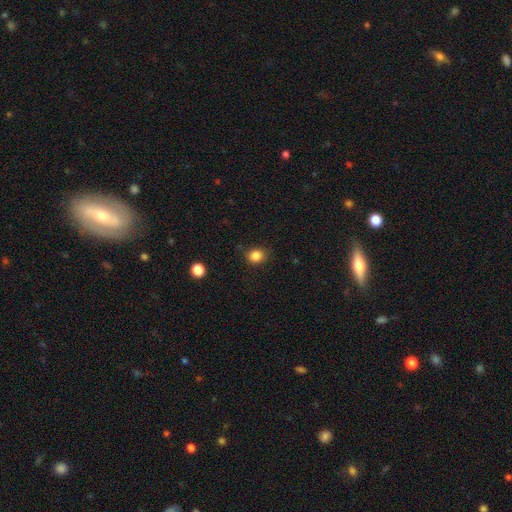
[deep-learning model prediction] The model was most divided on "how rounded": round: 66%, in between: 33%, cigar-shaped: 1%. More confident: smooth or featured — smooth (85%); merging — none (83%).